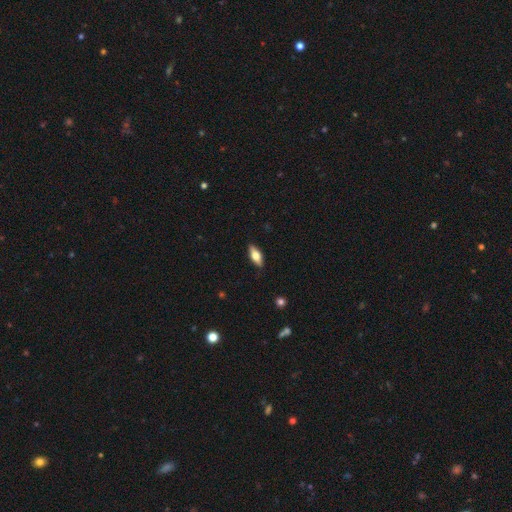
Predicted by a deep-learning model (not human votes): This is likely a smooth galaxy (65%). How rounded: likely in between (77%). Merging: clearly none (87%).